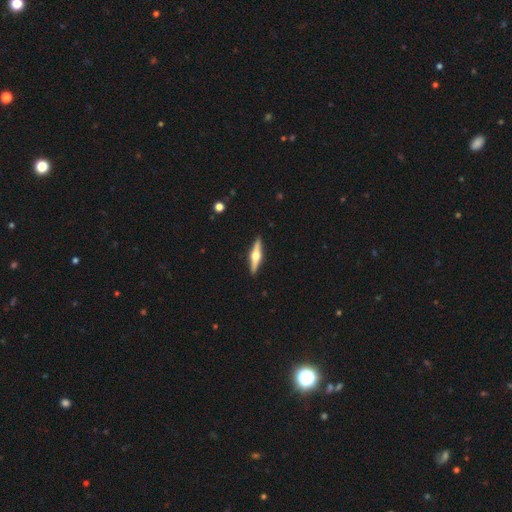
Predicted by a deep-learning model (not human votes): Smooth or featured?
  - featured or disk: 74% *
  - smooth: 22%
  - star or artifact: 5%
Edge-on disk?
  - yes: 98% *
  - no: 2%
Edge-on bulge?
  - rounded: 95% *
  - boxy: 3%
  - none: 2%
Merging?
  - none: 92% *
  - minor disturbance: 6%
  - major disturbance: 1%
  - merger: 1%